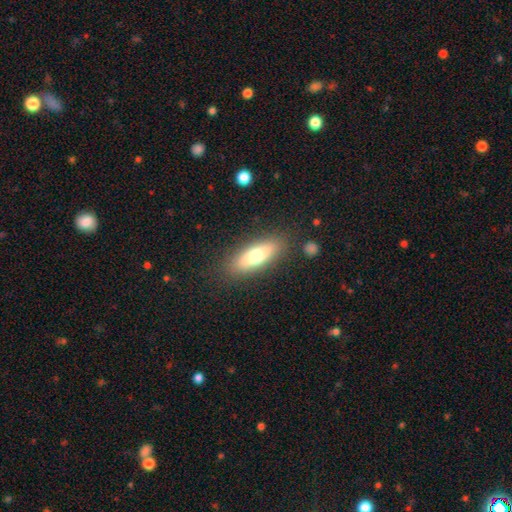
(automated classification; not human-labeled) smooth-or-featured: smooth: 65% | featured or disk: 28% | star or artifact: 7%
  how-rounded: in between: 56% | cigar-shaped: 42% | round: 3%
  merging: none: 84% | minor disturbance: 11% | major disturbance: 3% | merger: 2%